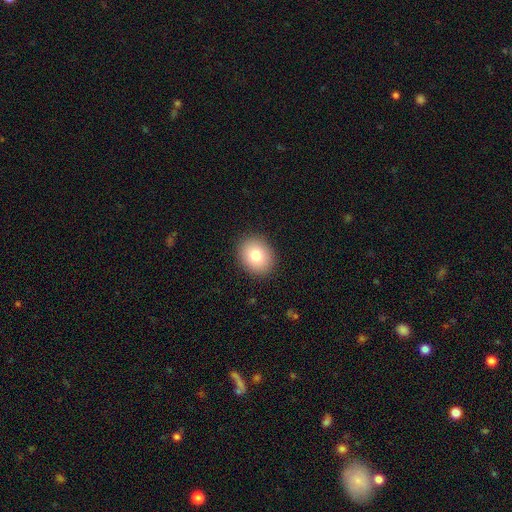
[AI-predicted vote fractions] Smooth or featured? smooth (80%)
How rounded? round (55%)
Merging? none (90%)